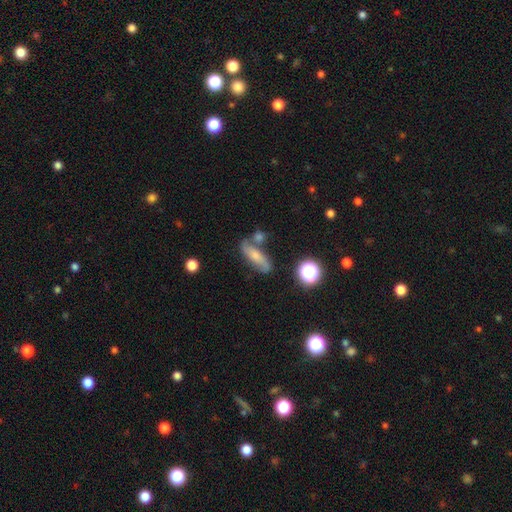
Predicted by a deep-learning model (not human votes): This appears to be a featured or disk galaxy (44%). Merging: none (59%).